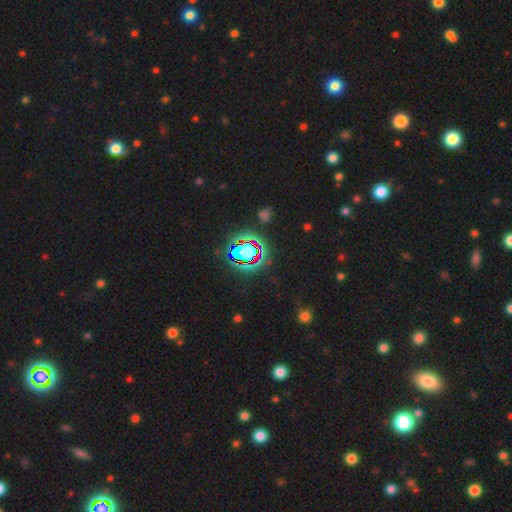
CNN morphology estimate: Smooth or featured: star or artifact — 79% (smooth — 12%)